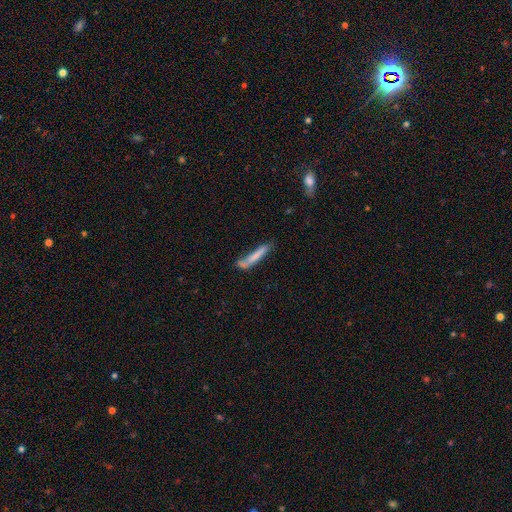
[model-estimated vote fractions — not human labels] This appears to be a smooth galaxy with no disk features (70%) that is cigar-shaped (91%). Merging: none (52%).